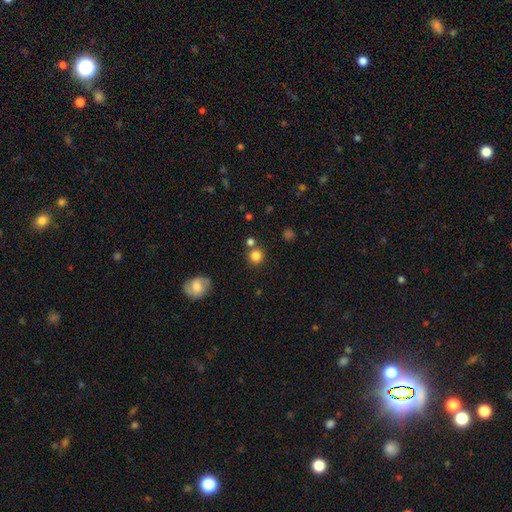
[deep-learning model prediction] smooth_or_featured: smooth (p=0.82) [alt: star or artifact p=0.11]
how_rounded: round (p=0.91) [alt: in between p=0.08]
merging: none (p=0.75) [alt: merger p=0.13]